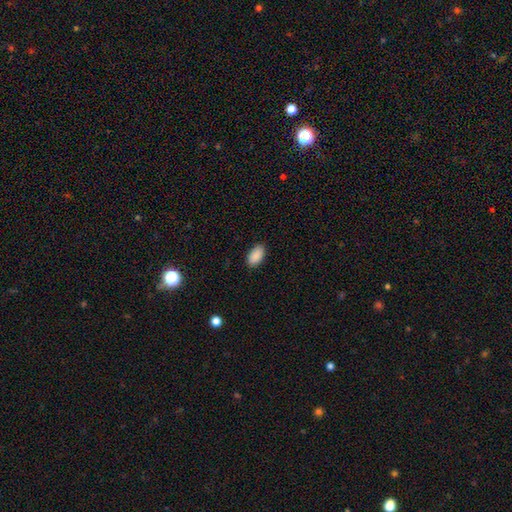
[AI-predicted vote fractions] Smooth or featured? Predicted: smooth (p=0.90). How rounded? Predicted: in between (p=0.95). Merging? Predicted: none (p=0.88).